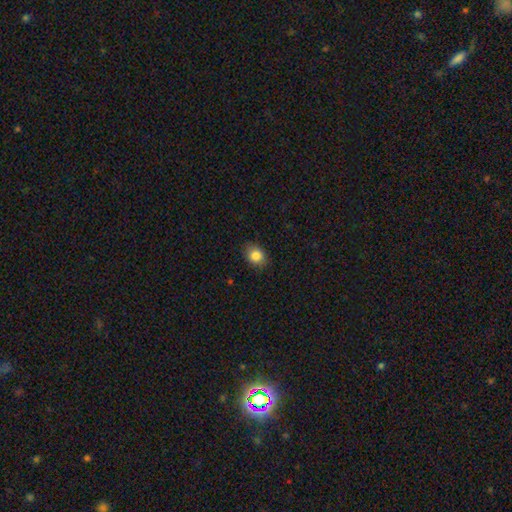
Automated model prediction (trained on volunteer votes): Smooth or featured?
  - smooth: 85% *
  - star or artifact: 10%
  - featured or disk: 5%
How rounded?
  - round: 52% *
  - in between: 47%
  - cigar-shaped: 1%
Merging?
  - none: 85% *
  - minor disturbance: 11%
  - major disturbance: 2%
  - merger: 1%